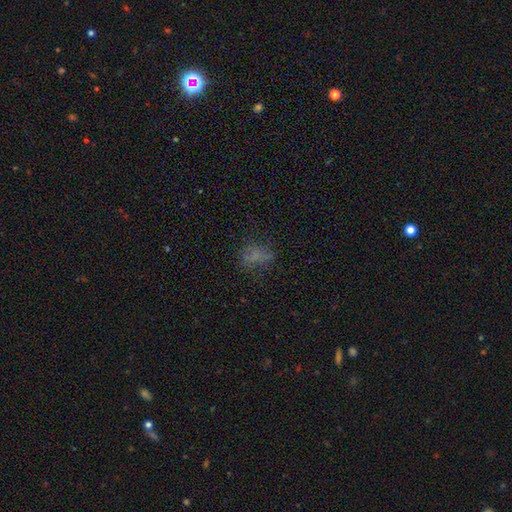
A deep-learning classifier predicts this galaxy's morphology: smooth 58%, star or artifact 24%, featured or disk 18%. Down the decision tree: how rounded — in between (67%); merging — none (59%).